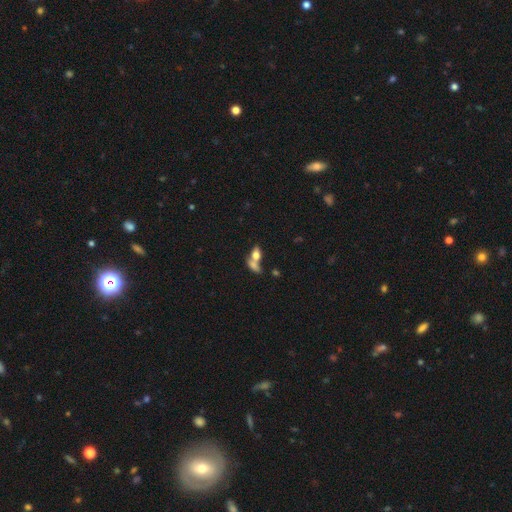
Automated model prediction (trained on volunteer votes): Overall: smooth (69%). How rounded: in between (76%). Merging: merger (61%; none 24%).